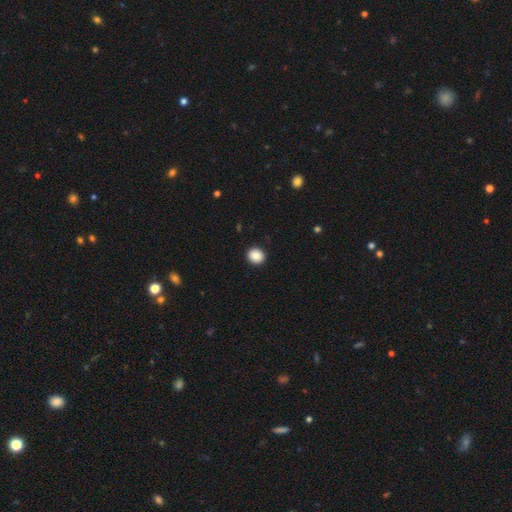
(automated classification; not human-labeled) Morphology: type=smooth (86%); roundness=round (81%); merging=none (92%).